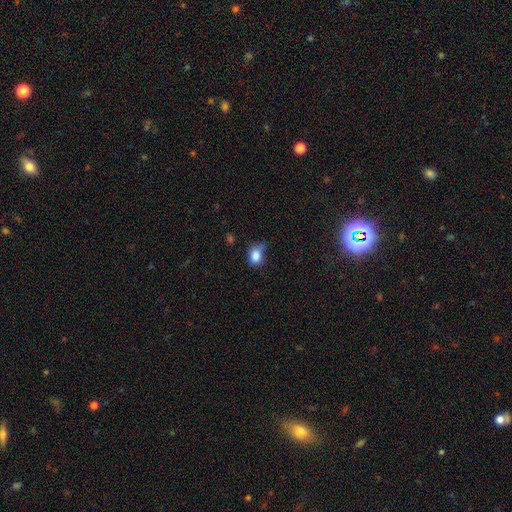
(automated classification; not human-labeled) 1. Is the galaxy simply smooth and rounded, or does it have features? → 83% smooth, 10% star or artifact, 7% featured or disk.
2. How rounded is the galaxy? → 54% round, 45% in between, 1% cigar-shaped.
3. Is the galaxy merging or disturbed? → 42% none, 41% minor disturbance, 13% major disturbance, 3% merger.